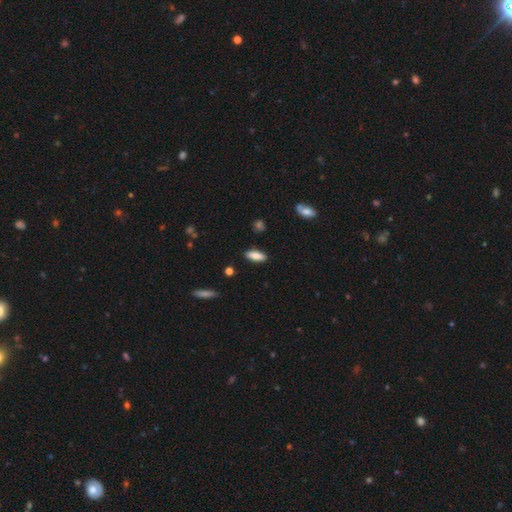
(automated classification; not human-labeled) This appears to be a smooth galaxy with no disk features (81%) that is in between round and cigar-shaped (73%). Merging: none (87%).